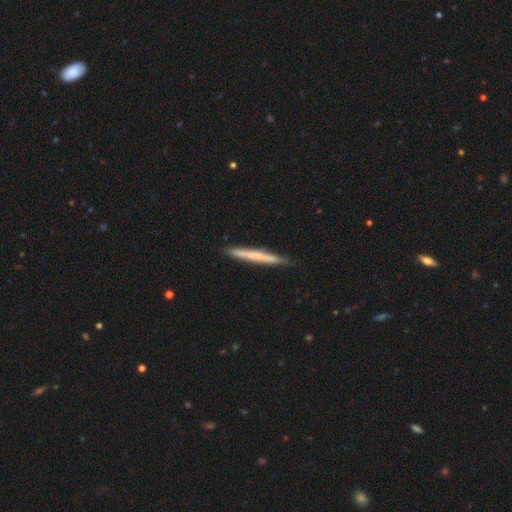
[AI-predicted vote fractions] Smooth or featured?
  - smooth: 56% *
  - featured or disk: 39%
  - star or artifact: 6%
How rounded?
  - cigar-shaped: 97% *
  - in between: 2%
  - round: 1%
Merging?
  - none: 89% *
  - minor disturbance: 8%
  - major disturbance: 1%
  - merger: 1%